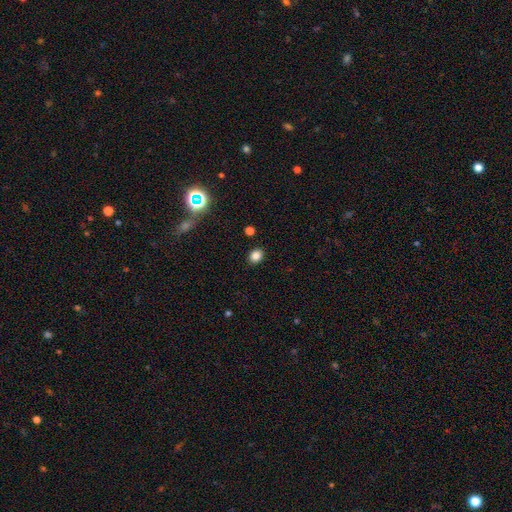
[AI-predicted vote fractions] smooth_or_featured: smooth (p=0.83) [alt: star or artifact p=0.13]
how_rounded: round (p=0.55) [alt: in between p=0.44]
merging: none (p=0.89) [alt: minor disturbance p=0.07]